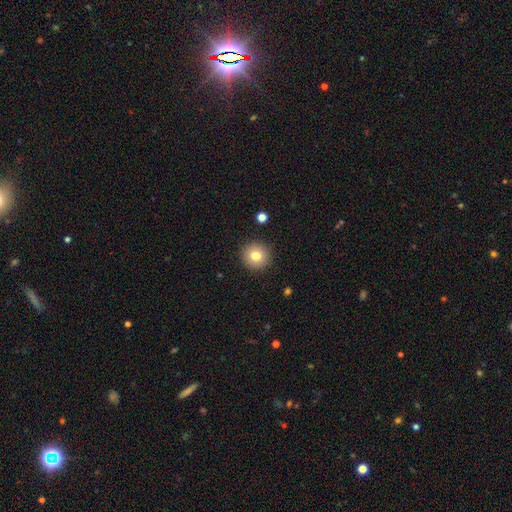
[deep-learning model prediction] Q: Smooth or featured?
A: smooth (79%); runner-up: featured or disk (11%)
Q: How rounded?
A: round (95%); runner-up: in between (4%)
Q: Merging?
A: none (91%); runner-up: minor disturbance (6%)